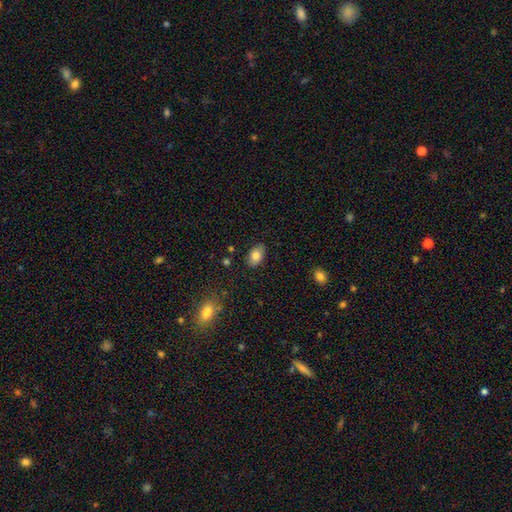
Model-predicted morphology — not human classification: smooth-or-featured: smooth: 81% | featured or disk: 11% | star or artifact: 8%
  how-rounded: in between: 89% | round: 9% | cigar-shaped: 2%
  merging: none: 83% | minor disturbance: 13% | major disturbance: 2% | merger: 2%